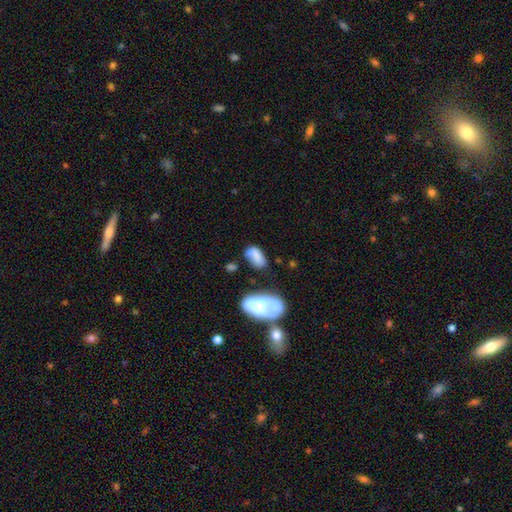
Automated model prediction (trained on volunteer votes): This appears to be a smooth galaxy with no disk features (65%) that is in between round and cigar-shaped (90%). Merging: none (42%).